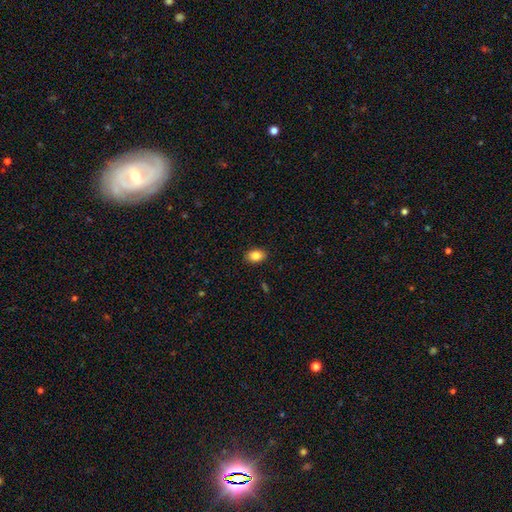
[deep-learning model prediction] The model was most divided on "how rounded": in between: 78%, round: 21%, cigar-shaped: 1%. More confident: merging — none (89%); smooth or featured — smooth (85%).